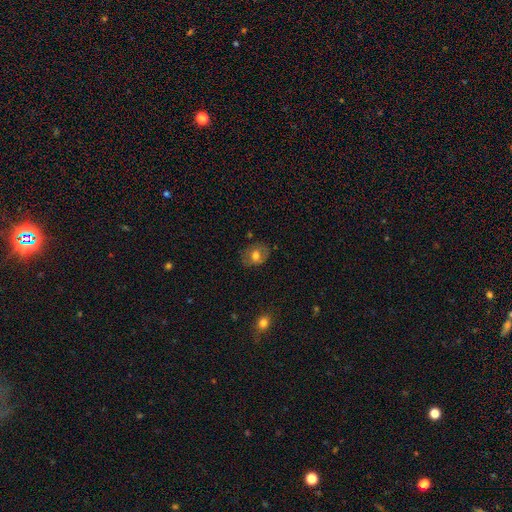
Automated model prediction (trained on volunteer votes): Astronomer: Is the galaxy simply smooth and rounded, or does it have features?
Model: smooth — 64%.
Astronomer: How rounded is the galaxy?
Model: round — 52% (runner-up: in between, 47%).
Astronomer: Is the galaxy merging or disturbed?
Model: none — 76%.